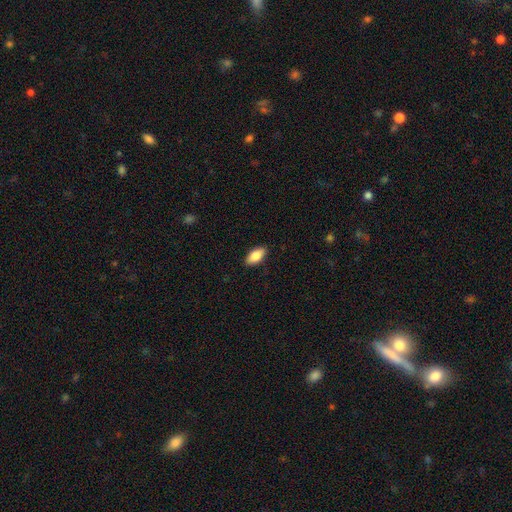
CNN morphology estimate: Overall: smooth (85%). How rounded: in between (91%). Merging: none (89%).